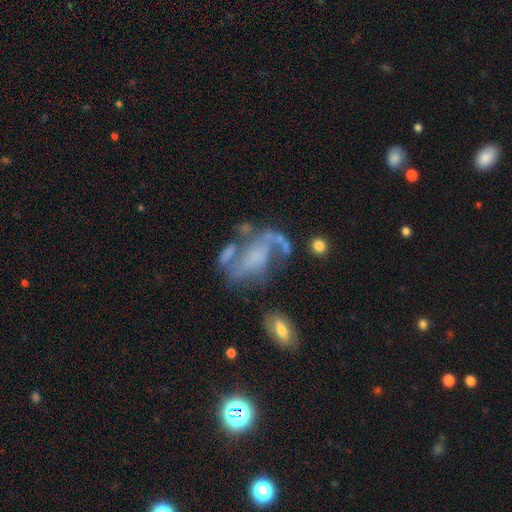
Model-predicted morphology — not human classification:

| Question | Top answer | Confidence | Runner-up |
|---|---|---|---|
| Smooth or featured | featured or disk | 71% | smooth (16%) |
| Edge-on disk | no | 95% | yes (5%) |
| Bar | no | 56% | weak (28%) |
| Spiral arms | yes | 67% | no (33%) |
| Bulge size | none | 61% | small (18%) |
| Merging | none | 35% | major disturbance (31%) |